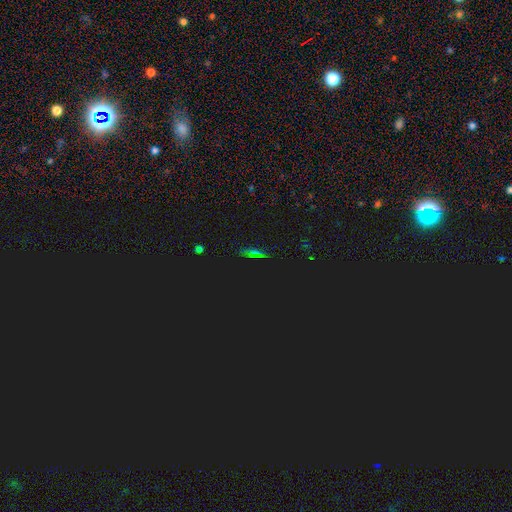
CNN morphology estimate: A star or artifact, not a galaxy (57%).